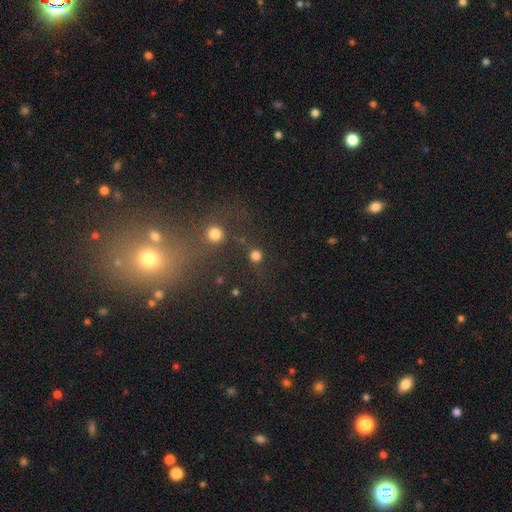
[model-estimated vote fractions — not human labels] Smooth or featured? smooth (78%)
How rounded? round (93%)
Merging? none (80%)